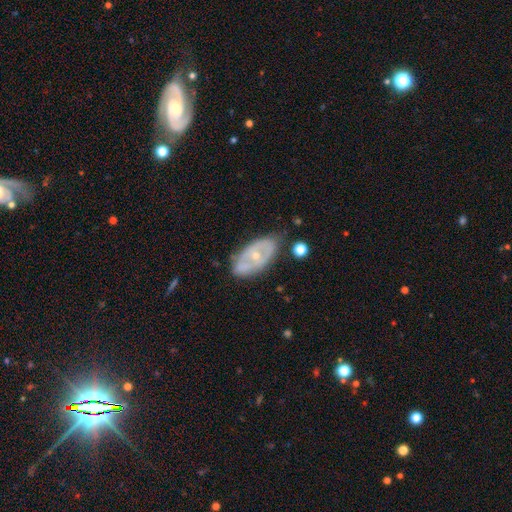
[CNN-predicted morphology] featured or disk 65%, smooth 29%, star or artifact 6%. Down the decision tree: edge-on disk — no (90%); bar — no (77%); spiral arms — no (70%); bulge size — small (58%); merging — none (65%).